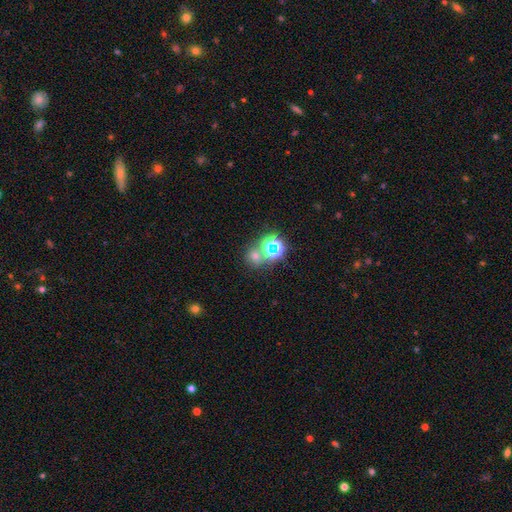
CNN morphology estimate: type=star or artifact (47%).